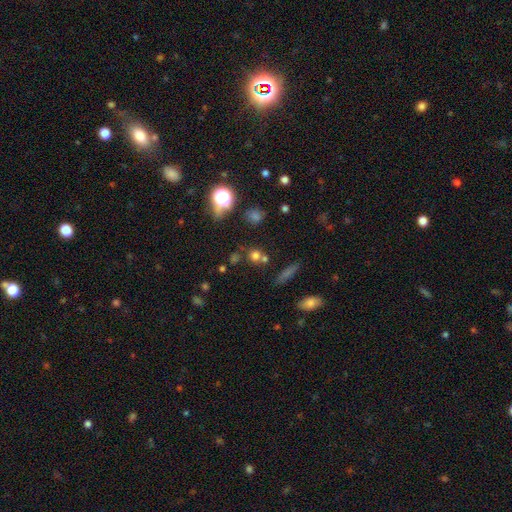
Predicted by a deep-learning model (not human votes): smooth-or-featured: smooth: 63% | star or artifact: 26% | featured or disk: 10%
  how-rounded: round: 85% | in between: 13% | cigar-shaped: 3%
  merging: none: 61% | merger: 25% | minor disturbance: 10% | major disturbance: 5%